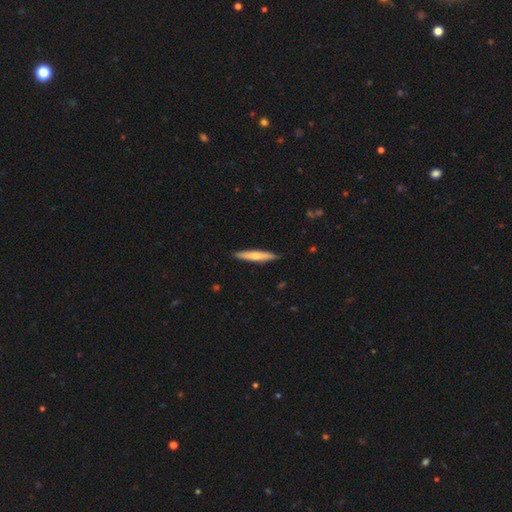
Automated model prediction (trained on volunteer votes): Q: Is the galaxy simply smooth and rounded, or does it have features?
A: smooth — 62%.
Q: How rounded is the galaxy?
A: cigar-shaped — 92%.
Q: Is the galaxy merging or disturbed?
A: none — 89%.